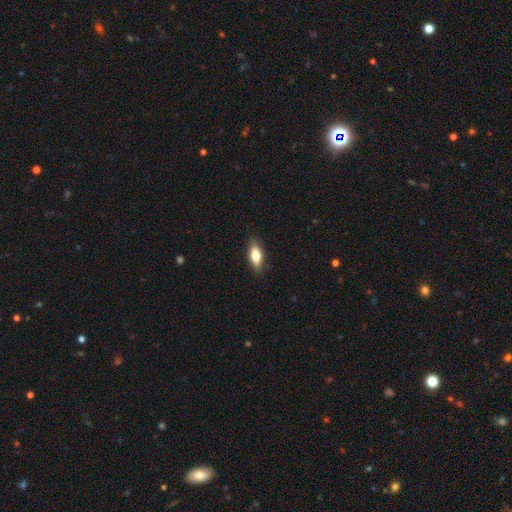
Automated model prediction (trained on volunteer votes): A smooth galaxy with no disk features (71%) that is in between round and cigar-shaped (74%). Merging: none (87%).